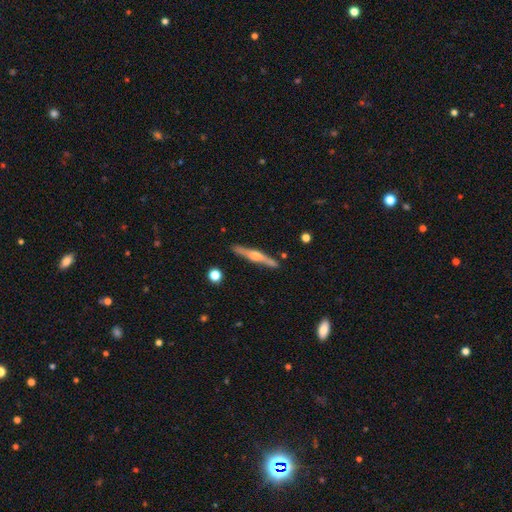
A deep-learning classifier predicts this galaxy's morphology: smooth-or-featured: featured or disk: 72% | smooth: 22% | star or artifact: 6%
  disk-edge-on: yes: 98% | no: 2%
    edge-on-bulge: rounded: 88% | boxy: 7% | none: 6%
  merging: none: 89% | minor disturbance: 8% | merger: 2% | major disturbance: 2%